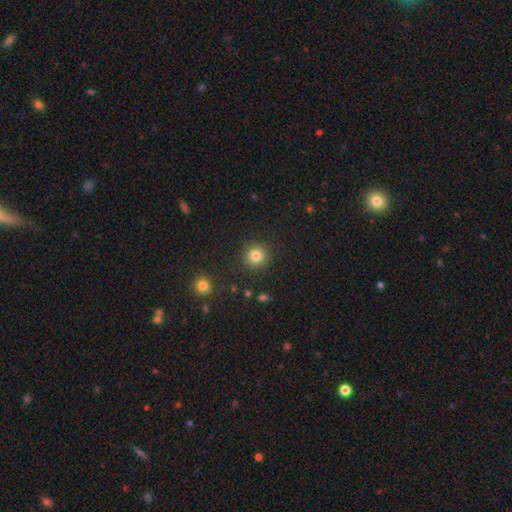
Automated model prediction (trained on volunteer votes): smooth_or_featured: smooth (p=0.82) [alt: star or artifact p=0.12]
how_rounded: round (p=0.94) [alt: in between p=0.05]
merging: none (p=0.90) [alt: minor disturbance p=0.06]